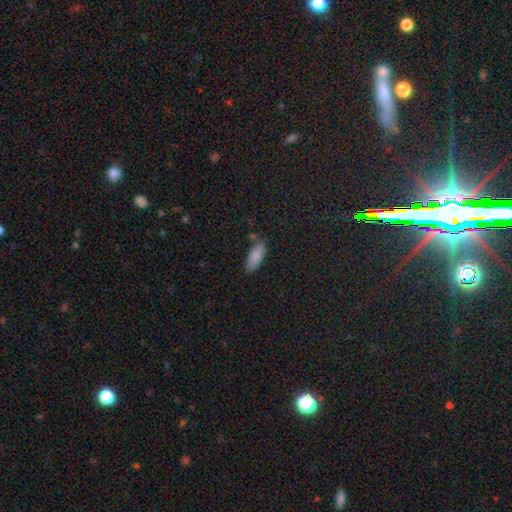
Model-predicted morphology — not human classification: This is clearly a smooth galaxy (86%). How rounded: likely in between (76%). Merging: likely none (77%).